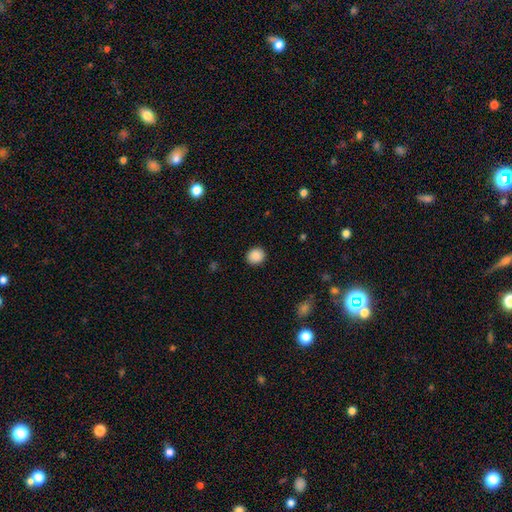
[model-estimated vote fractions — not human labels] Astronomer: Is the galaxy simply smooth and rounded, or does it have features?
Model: smooth — 88%.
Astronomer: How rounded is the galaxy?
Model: round — 80%.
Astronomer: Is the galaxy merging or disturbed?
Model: none — 91%.